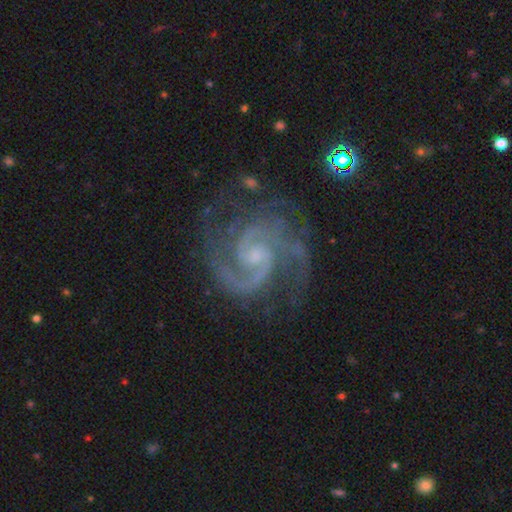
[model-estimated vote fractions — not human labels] Smooth or featured? featured or disk (93%)
Edge-on disk? no (98%)
Bar? no (48%)
Spiral arms? yes (99%)
Spiral winding? medium (53%)
Spiral arm count? 2 (82%)
Bulge size? small (64%)
Merging? none (72%)